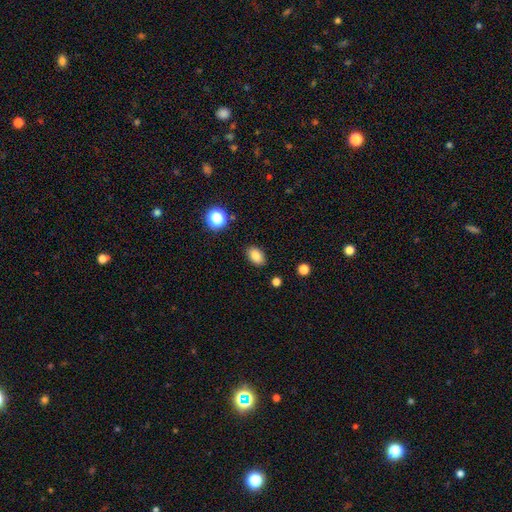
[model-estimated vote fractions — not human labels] The model was most divided on "smooth or featured": smooth: 84%, star or artifact: 10%, featured or disk: 6%. More confident: how rounded — in between (87%); merging — none (87%).